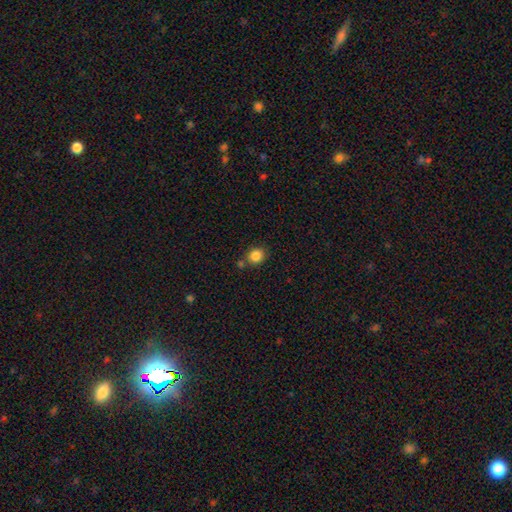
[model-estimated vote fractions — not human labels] smooth-or-featured: smooth: 86% | star or artifact: 10% | featured or disk: 4%
  how-rounded: round: 78% | in between: 21% | cigar-shaped: 1%
  merging: none: 72% | merger: 13% | minor disturbance: 12% | major disturbance: 3%